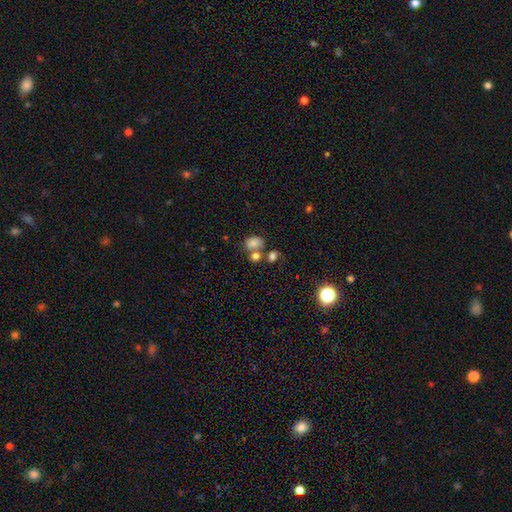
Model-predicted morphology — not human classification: Smooth or featured: smooth — 76% (star or artifact — 14%)
How rounded: in between — 56% (round — 43%)
Merging: none — 41% (merger — 39%)